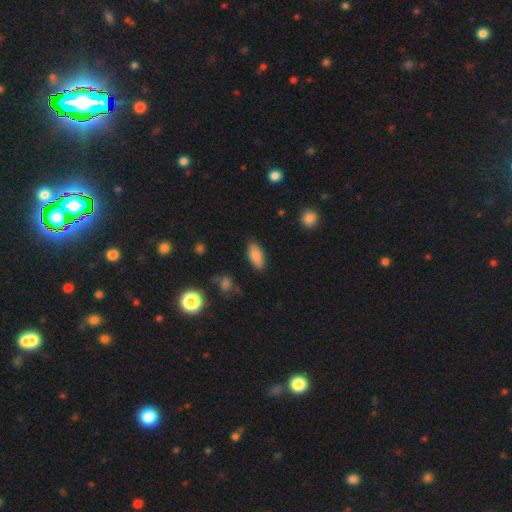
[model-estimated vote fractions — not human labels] This appears to be a smooth galaxy with no disk features (86%) that is in between round and cigar-shaped (86%). Merging: none (87%).